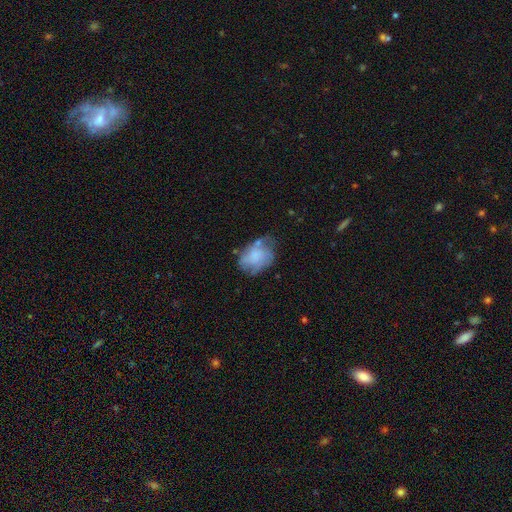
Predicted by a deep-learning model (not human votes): smooth-or-featured: smooth: 59% | featured or disk: 33% | star or artifact: 8%
  how-rounded: in between: 73% | round: 26% | cigar-shaped: 1%
  merging: none: 42% | minor disturbance: 34% | major disturbance: 18% | merger: 6%